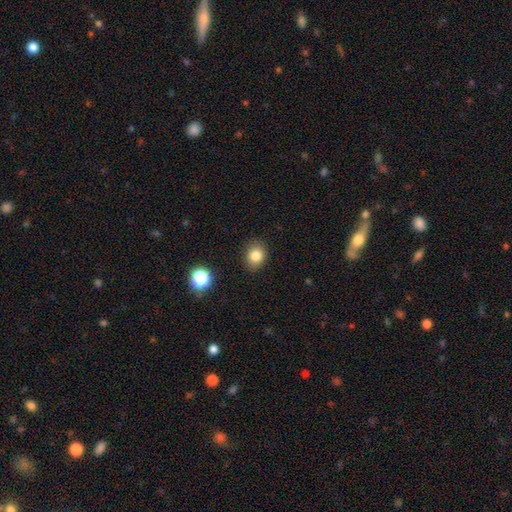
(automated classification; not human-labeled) smooth_or_featured: smooth (p=0.82) [alt: star or artifact p=0.12]
how_rounded: round (p=0.60) [alt: in between p=0.39]
merging: none (p=0.86) [alt: minor disturbance p=0.10]